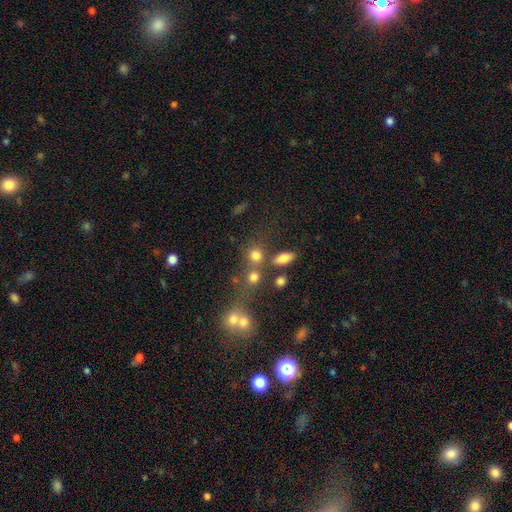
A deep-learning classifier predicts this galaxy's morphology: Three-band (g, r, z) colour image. It shows a smooth galaxy with no disk features (75%) that is round (75%). Merging: none (55%).